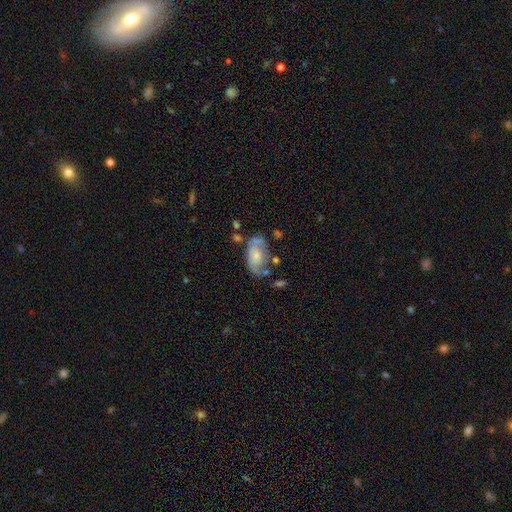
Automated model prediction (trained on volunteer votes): smooth_or_featured: featured or disk (p=0.48) [alt: smooth p=0.45]
merging: none (p=0.39) [alt: minor disturbance p=0.28]